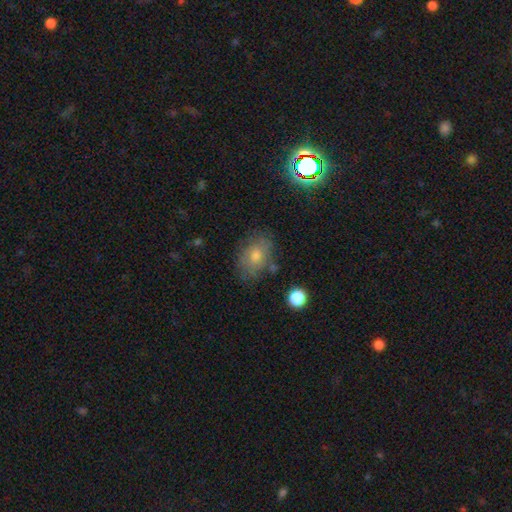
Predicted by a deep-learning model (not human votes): Smooth or featured? Predicted: smooth (p=0.65). How rounded? Predicted: in between (p=0.75). Merging? Predicted: none (p=0.73).